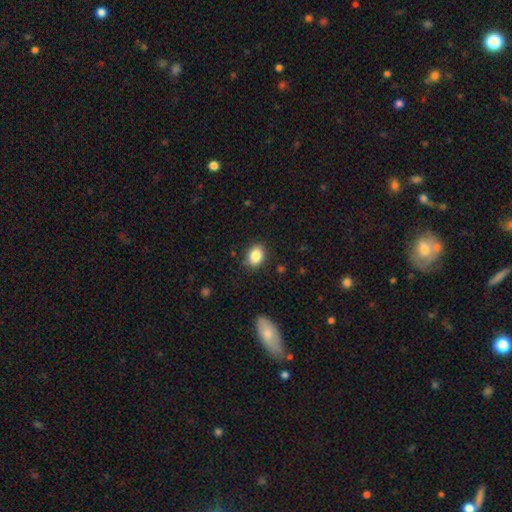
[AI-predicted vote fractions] The model was most divided on "how rounded": in between: 65%, round: 34%, cigar-shaped: 1%. More confident: smooth or featured — smooth (85%); merging — none (85%).